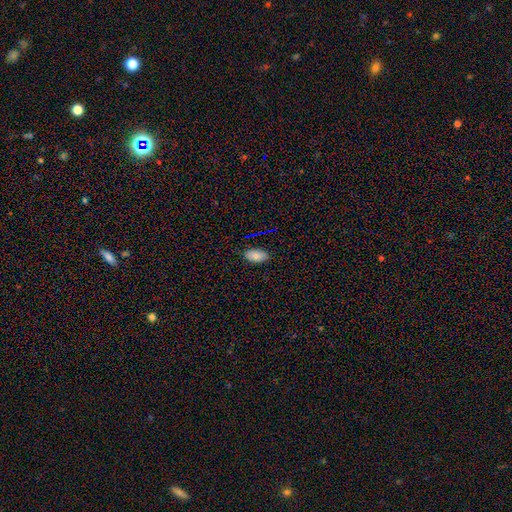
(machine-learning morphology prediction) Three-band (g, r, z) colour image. It shows a smooth galaxy with no disk features (82%) that is in between round and cigar-shaped (94%). Merging: none (84%).